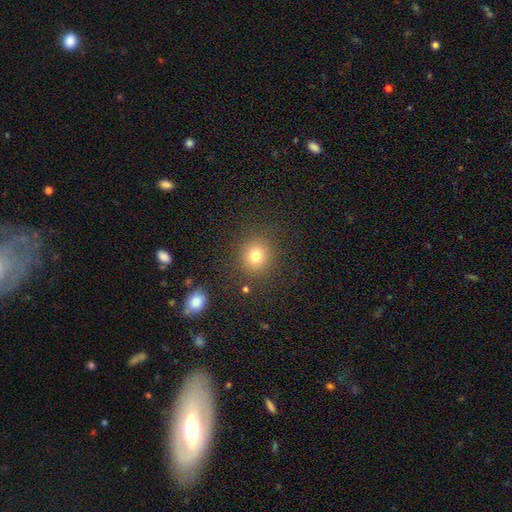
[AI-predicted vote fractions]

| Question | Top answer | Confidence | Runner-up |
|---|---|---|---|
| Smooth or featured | smooth | 79% | star or artifact (14%) |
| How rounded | round | 87% | in between (12%) |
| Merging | none | 86% | minor disturbance (8%) |